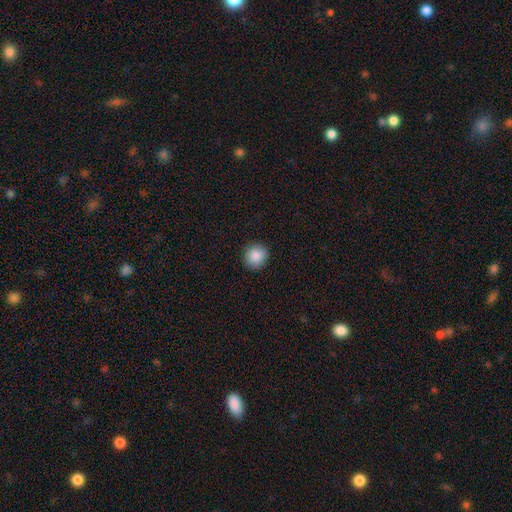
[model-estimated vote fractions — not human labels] Smooth or featured?
  - smooth: 88% *
  - star or artifact: 8%
  - featured or disk: 3%
How rounded?
  - round: 90% *
  - in between: 9%
  - cigar-shaped: 1%
Merging?
  - none: 91% *
  - minor disturbance: 6%
  - major disturbance: 2%
  - merger: 1%